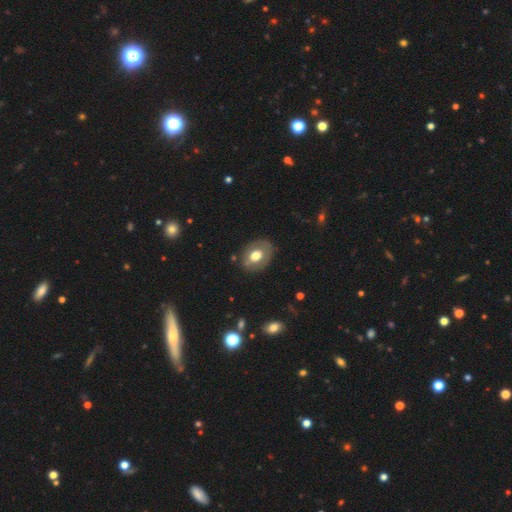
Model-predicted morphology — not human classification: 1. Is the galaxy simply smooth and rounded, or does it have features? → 57% smooth, 36% featured or disk, 7% star or artifact.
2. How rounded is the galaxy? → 61% in between, 38% round, 1% cigar-shaped.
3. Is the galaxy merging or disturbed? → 78% none, 15% minor disturbance, 5% major disturbance, 2% merger.